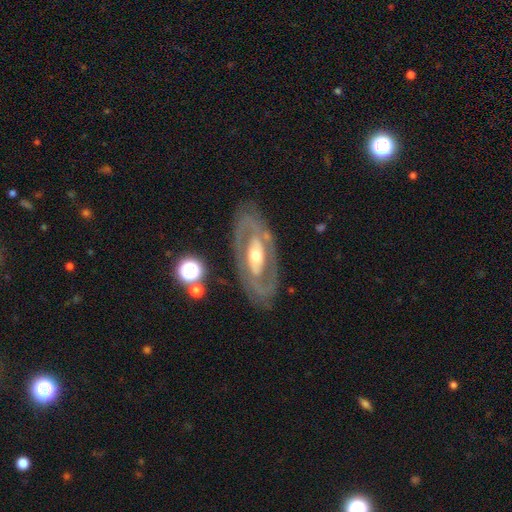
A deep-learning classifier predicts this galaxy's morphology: Overall: featured or disk (79%). Edge-on disk: no (90%). Bar: no (53%; weak 25%). Spiral arms: yes (55%; no 45%). Bulge size: moderate (63%). Merging: none (80%).